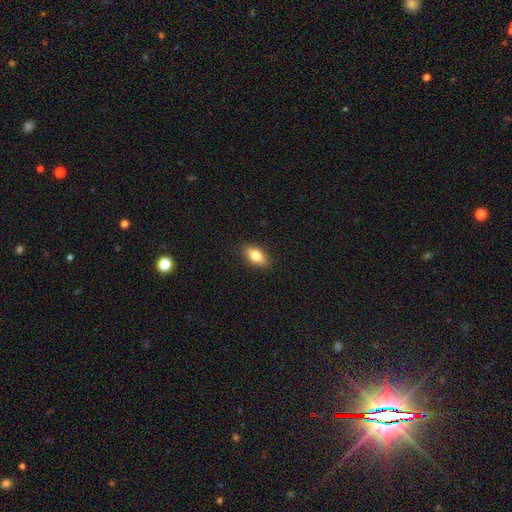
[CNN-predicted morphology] type=smooth (77%); roundness=in between (85%); merging=none (88%).